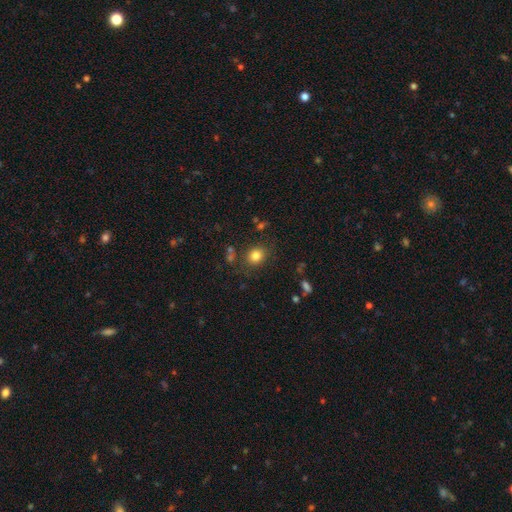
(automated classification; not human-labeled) Smooth or featured? smooth (81%)
How rounded? round (67%)
Merging? none (81%)